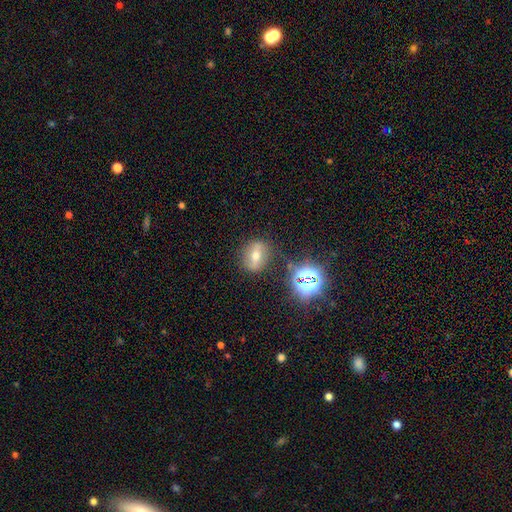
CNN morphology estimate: Smooth or featured? featured or disk (42%)
Merging? none (82%)